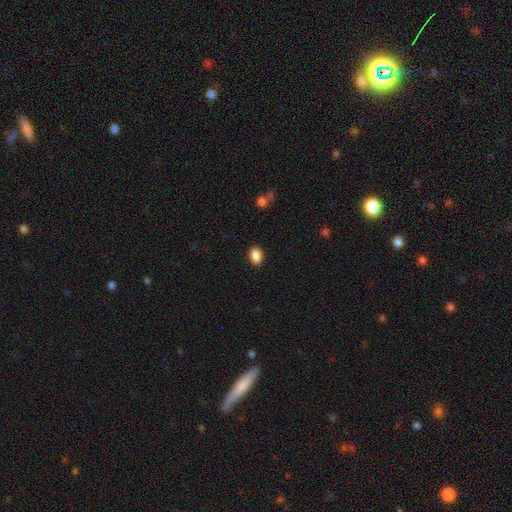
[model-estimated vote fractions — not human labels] smooth 88%, star or artifact 8%, featured or disk 3%. Down the decision tree: how rounded — in between (80%); merging — none (90%).